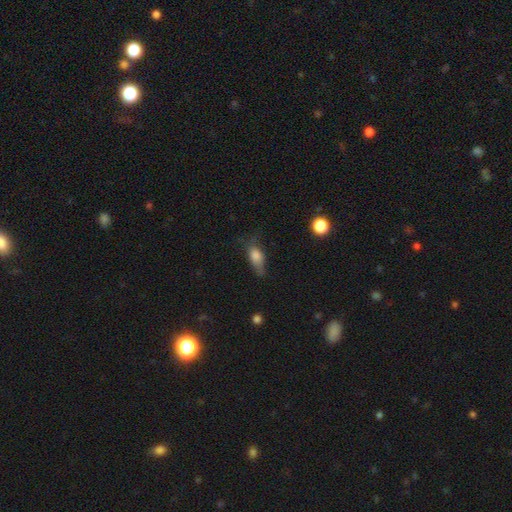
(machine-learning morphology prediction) smooth 76%, featured or disk 15%, star or artifact 9%. Down the decision tree: how rounded — in between (77%); merging — none (42%).